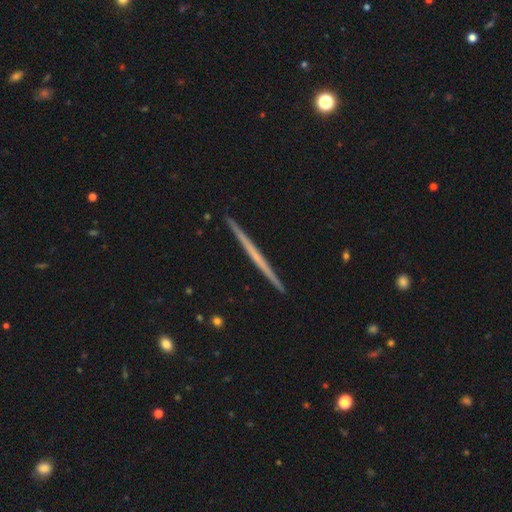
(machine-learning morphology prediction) smooth-or-featured: featured or disk: 65% | smooth: 30% | star or artifact: 5%
  disk-edge-on: yes: 98% | no: 2%
    edge-on-bulge: none: 88% | rounded: 9% | boxy: 3%
  merging: none: 93% | minor disturbance: 5% | merger: 1% | major disturbance: 1%